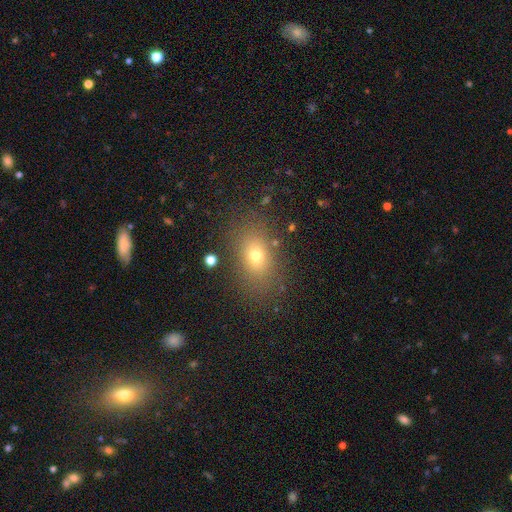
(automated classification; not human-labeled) The model was most divided on "how rounded": in between: 76%, round: 22%, cigar-shaped: 2%. More confident: merging — none (82%); smooth or featured — smooth (70%).